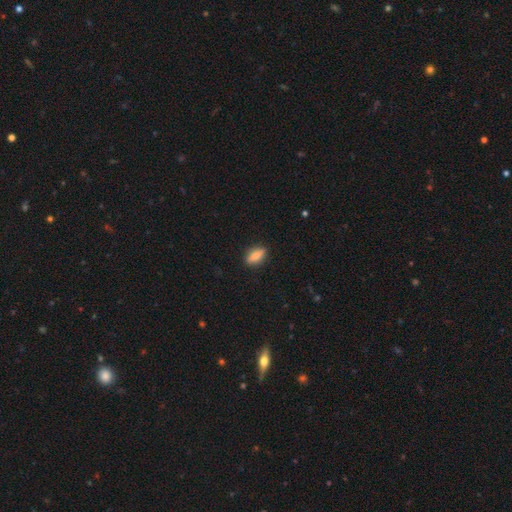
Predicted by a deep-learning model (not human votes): The model was most divided on "how rounded": in between: 77%, cigar-shaped: 17%, round: 6%. More confident: merging — none (88%); smooth or featured — smooth (79%).